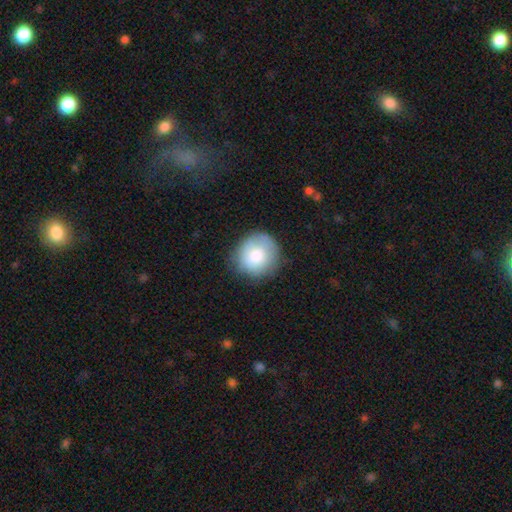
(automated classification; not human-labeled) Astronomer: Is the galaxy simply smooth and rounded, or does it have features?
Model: smooth — 78%.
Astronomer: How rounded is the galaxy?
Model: round — 88%.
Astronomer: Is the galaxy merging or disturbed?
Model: none — 75%.